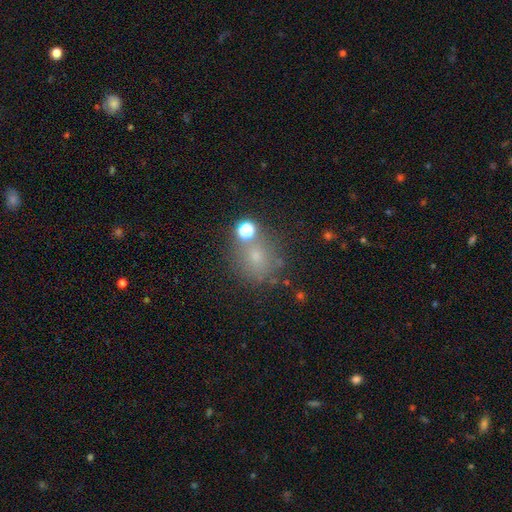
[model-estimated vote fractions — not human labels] This appears to be a smooth galaxy with no disk features (64%) that is round (83%). Merging: none (65%).